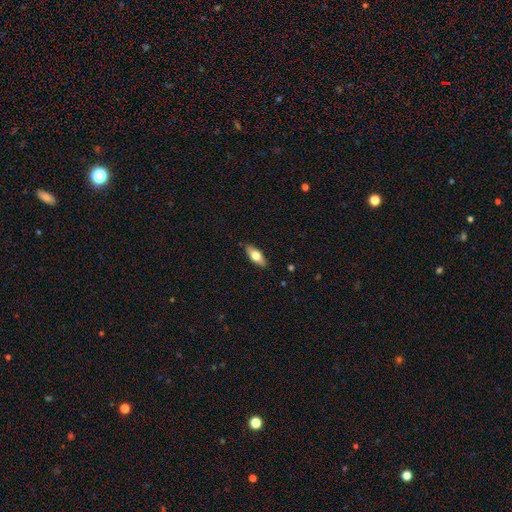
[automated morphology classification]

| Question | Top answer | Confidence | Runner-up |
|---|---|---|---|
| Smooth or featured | smooth | 57% | featured or disk (37%) |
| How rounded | in between | 70% | cigar-shaped (27%) |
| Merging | none | 87% | minor disturbance (10%) |